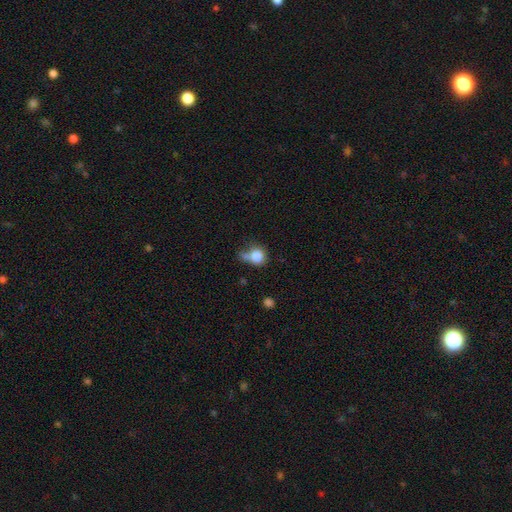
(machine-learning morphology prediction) Overall: smooth (80%). How rounded: round (74%). Merging: none (37%; minor disturbance 24%).